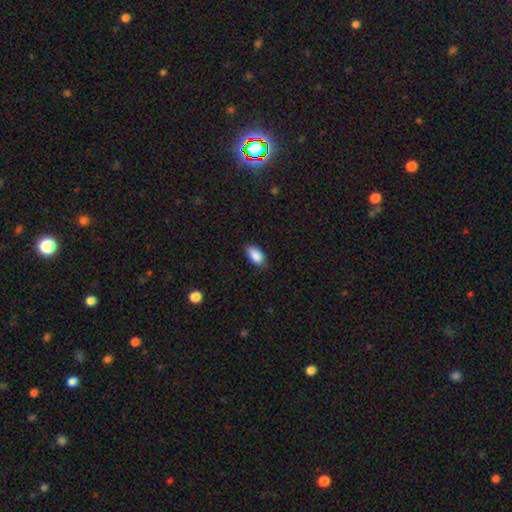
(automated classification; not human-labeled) The model was most divided on "merging": none: 80%, minor disturbance: 17%, major disturbance: 3%, merger: 1%. More confident: how rounded — in between (93%); smooth or featured — smooth (89%).